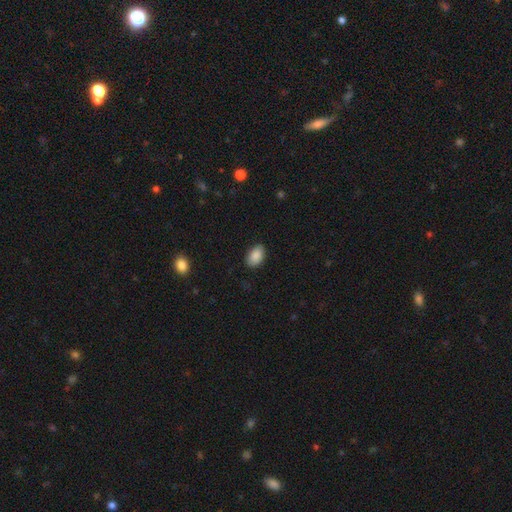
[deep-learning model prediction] This is clearly a smooth galaxy (89%). How rounded: clearly in between (90%). Merging: clearly none (84%).